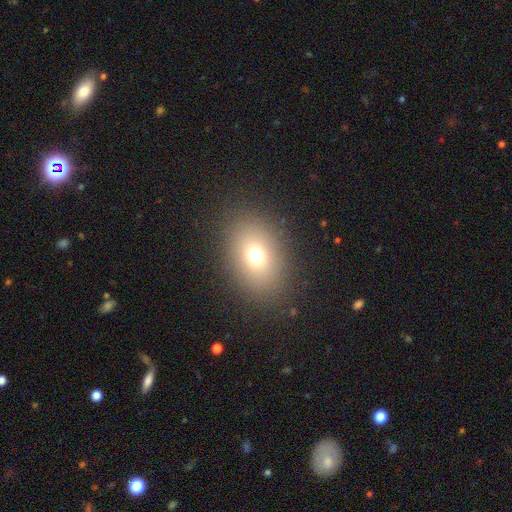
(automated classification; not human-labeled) smooth 71%, star or artifact 16%, featured or disk 13%. Down the decision tree: how rounded — in between (69%); merging — none (86%).